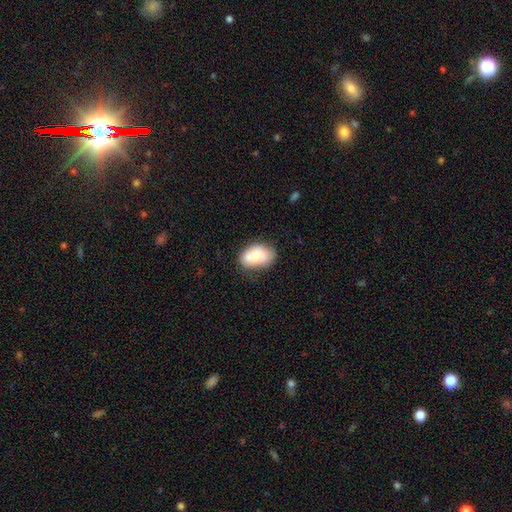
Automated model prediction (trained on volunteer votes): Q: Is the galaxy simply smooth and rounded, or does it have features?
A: smooth — 72%.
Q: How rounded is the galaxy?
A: in between — 87%.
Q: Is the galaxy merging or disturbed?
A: none — 54%.